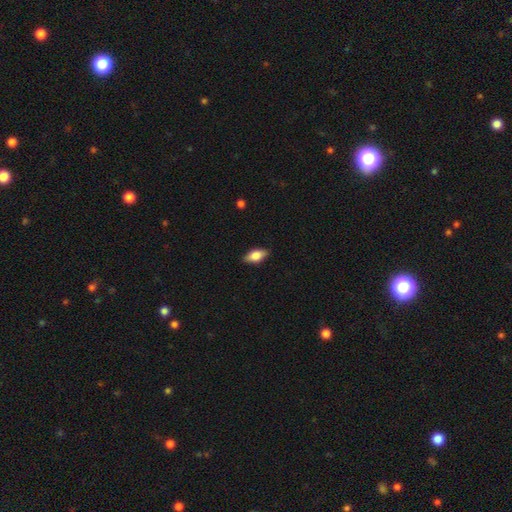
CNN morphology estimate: Smooth or featured? smooth (77%)
How rounded? in between (88%)
Merging? none (88%)